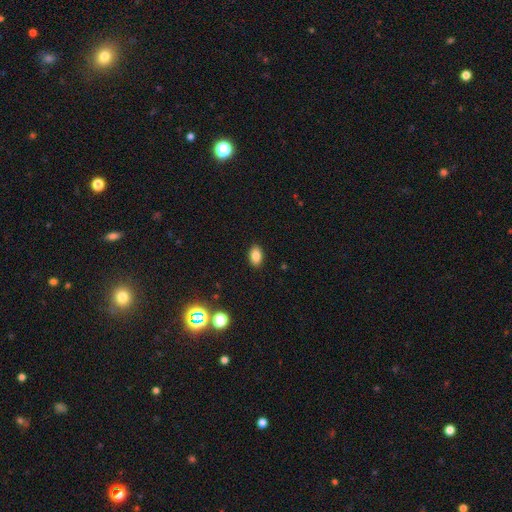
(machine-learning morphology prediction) smooth 85%, star or artifact 10%, featured or disk 5%. Down the decision tree: how rounded — in between (89%); merging — none (90%).